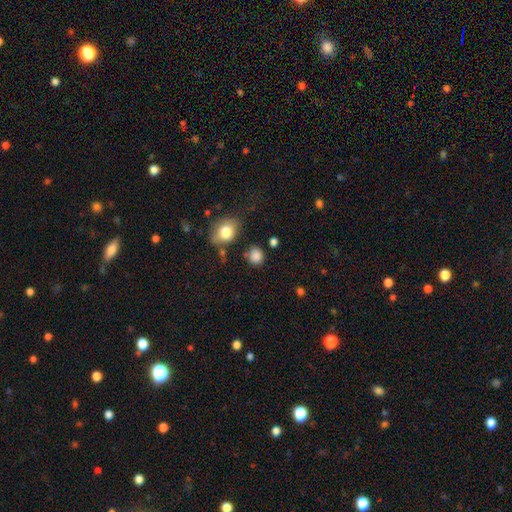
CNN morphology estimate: Smooth or featured: smooth — 84% (star or artifact — 11%)
How rounded: round — 79% (in between — 20%)
Merging: none — 78% (minor disturbance — 14%)